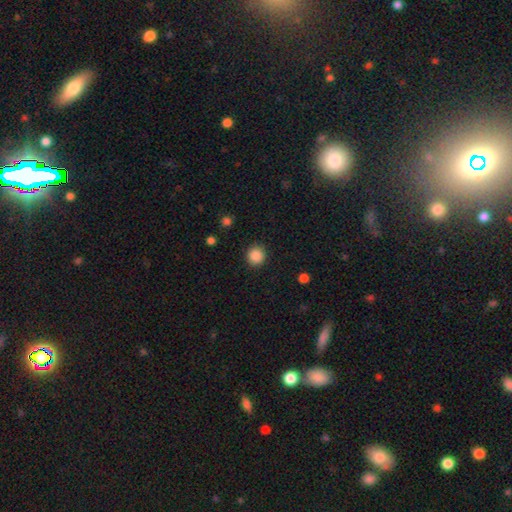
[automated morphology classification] smooth 88%, star or artifact 10%, featured or disk 3%. Down the decision tree: how rounded — round (92%); merging — none (90%).